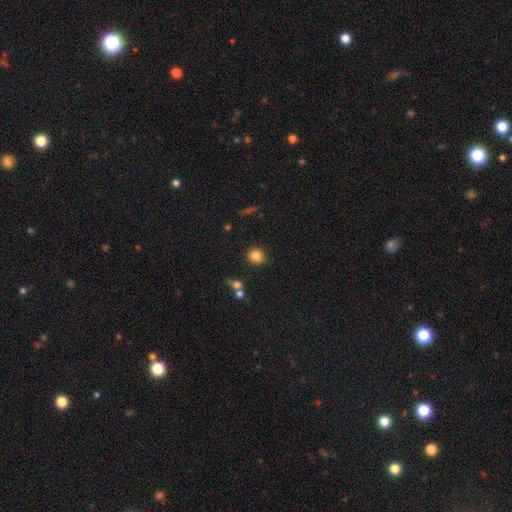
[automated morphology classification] smooth 84%, star or artifact 10%, featured or disk 6%. Down the decision tree: how rounded — round (74%); merging — none (82%).